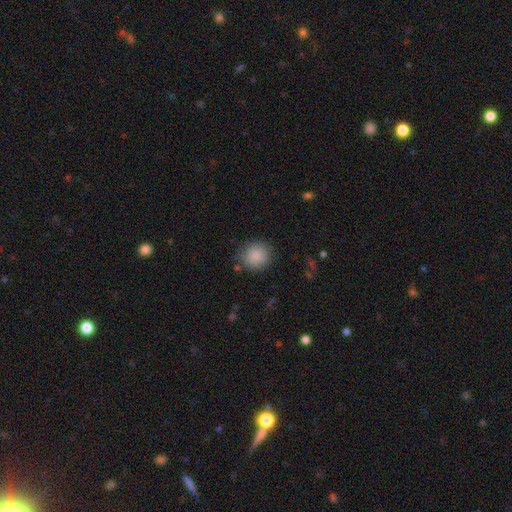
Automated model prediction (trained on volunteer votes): This appears to be a smooth galaxy with no disk features (87%) that is round (84%). Merging: none (82%).